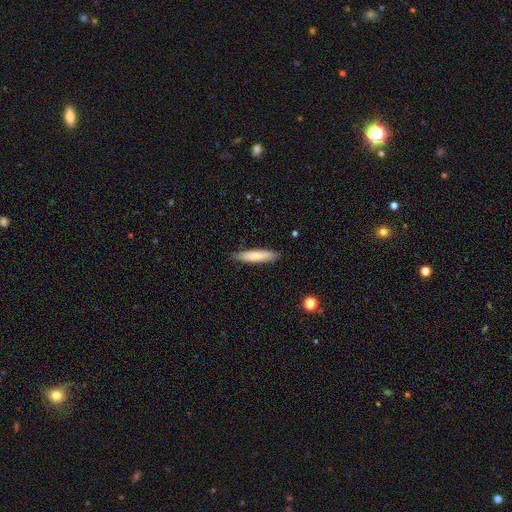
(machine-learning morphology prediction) This appears to be a smooth galaxy with no disk features (78%) that is cigar-shaped (80%). Merging: none (86%).